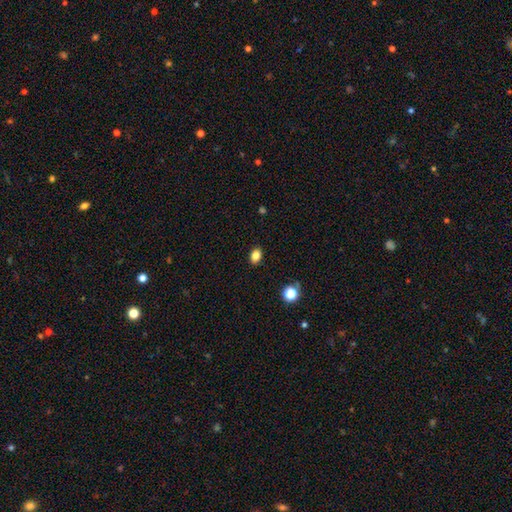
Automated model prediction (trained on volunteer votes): smooth_or_featured: smooth (p=0.83) [alt: star or artifact p=0.11]
how_rounded: in between (p=0.76) [alt: round p=0.23]
merging: none (p=0.89) [alt: minor disturbance p=0.08]